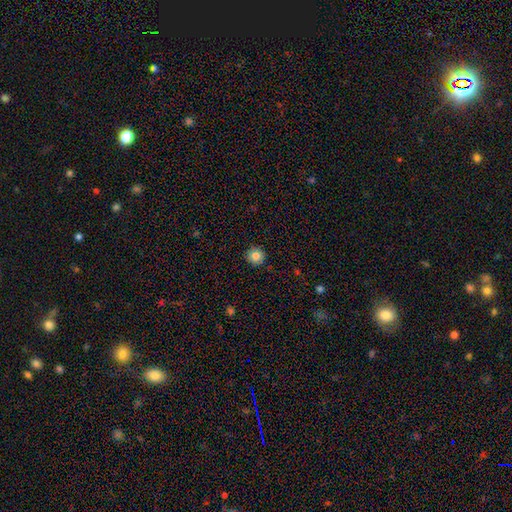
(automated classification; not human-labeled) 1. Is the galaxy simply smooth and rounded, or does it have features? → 83% smooth, 10% star or artifact, 7% featured or disk.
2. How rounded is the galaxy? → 95% round, 4% in between, 1% cigar-shaped.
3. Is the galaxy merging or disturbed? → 91% none, 6% minor disturbance, 2% major disturbance, 1% merger.